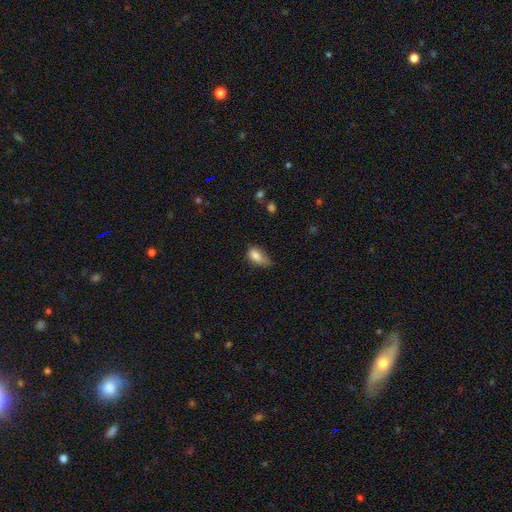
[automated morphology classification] smooth 83%, featured or disk 9%, star or artifact 8%. Down the decision tree: how rounded — in between (90%); merging — minor disturbance (45%).